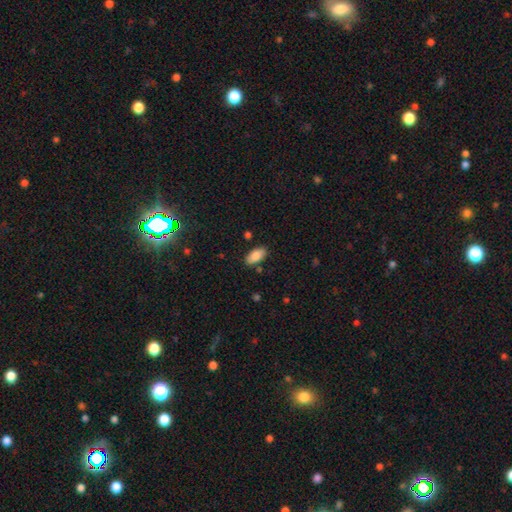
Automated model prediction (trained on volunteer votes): This appears to be a smooth galaxy with no disk features (85%) that is in between round and cigar-shaped (93%). Merging: none (83%).